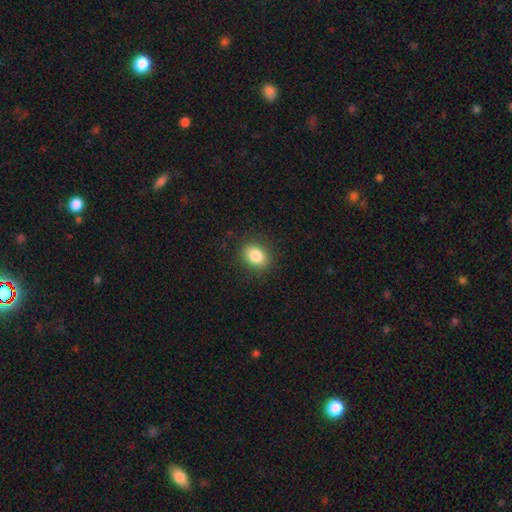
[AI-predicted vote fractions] This appears to be a smooth galaxy with no disk features (85%) that is in between round and cigar-shaped (64%). Merging: none (88%).